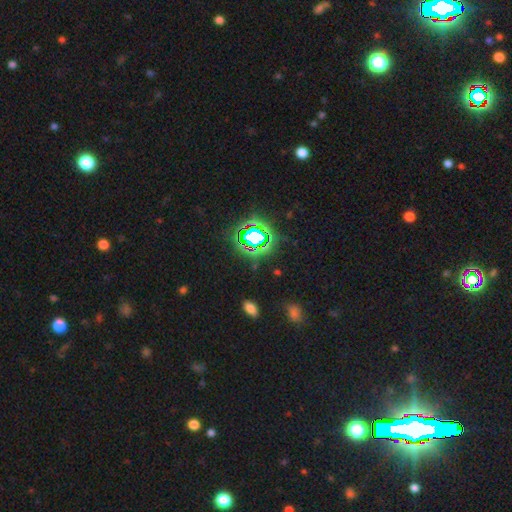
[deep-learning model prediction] Smooth or featured? Predicted: star or artifact (p=0.78).